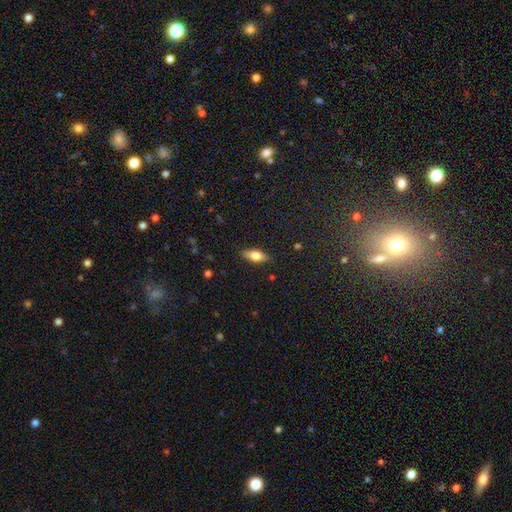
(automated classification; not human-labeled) Overall: smooth (66%). How rounded: in between (75%). Merging: none (86%).